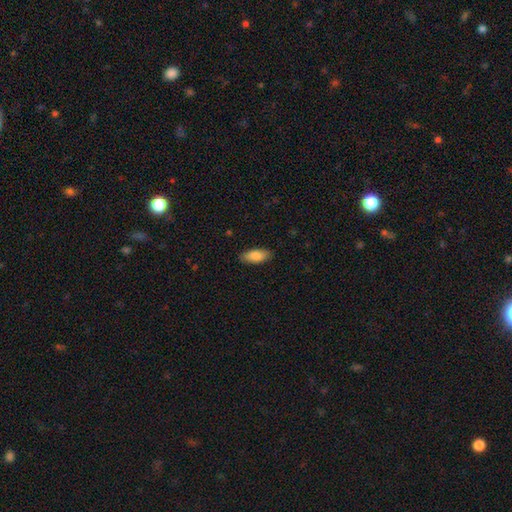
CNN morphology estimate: This appears to be a smooth galaxy with no disk features (86%) that is in between round and cigar-shaped (84%). Merging: none (88%).